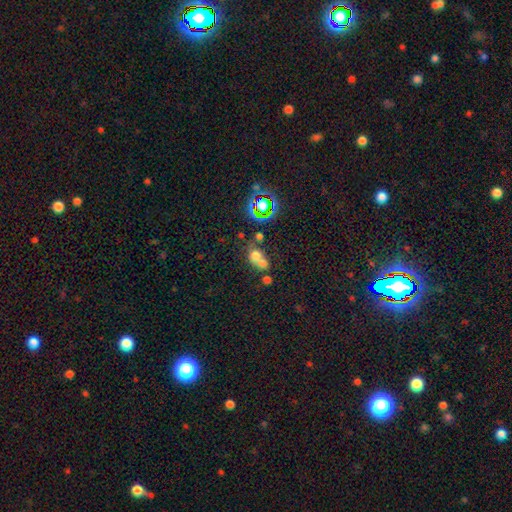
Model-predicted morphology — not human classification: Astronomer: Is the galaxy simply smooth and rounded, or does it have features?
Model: smooth — 64%.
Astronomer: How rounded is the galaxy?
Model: round — 68%.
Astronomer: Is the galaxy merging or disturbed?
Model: merger — 58%.